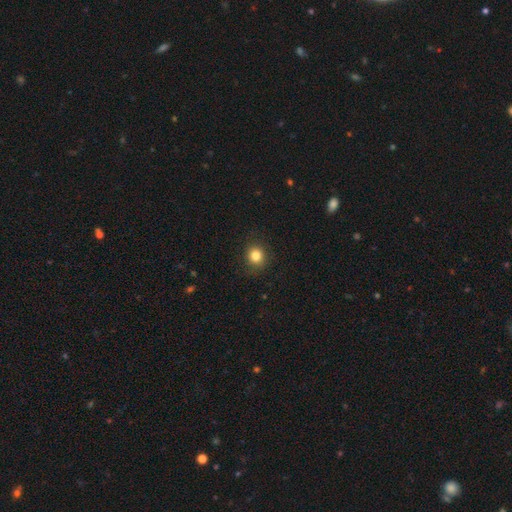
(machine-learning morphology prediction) Smooth or featured? smooth (84%)
How rounded? round (86%)
Merging? none (87%)